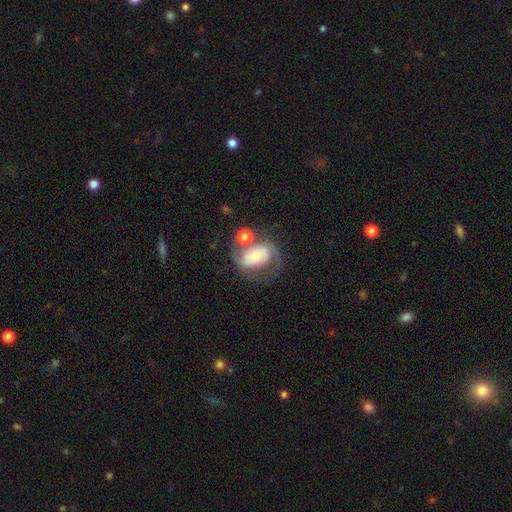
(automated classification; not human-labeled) smooth-or-featured: featured or disk: 62% | smooth: 30% | star or artifact: 8%
  disk-edge-on: no: 96% | yes: 4%
    bar: no: 56% | weak: 29% | strong: 15%
    has-spiral-arms: yes: 80% | no: 20%
    bulge-size: moderate: 50% | small: 34% | large: 10% | none: 3% | dominant: 2%
  merging: none: 40% | merger: 25% | minor disturbance: 19% | major disturbance: 17%